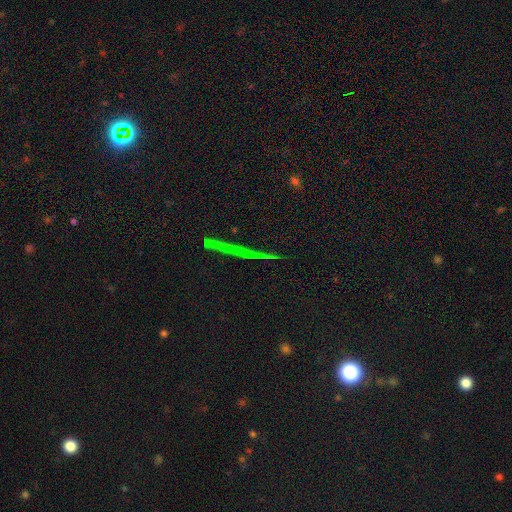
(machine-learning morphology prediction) Smooth or featured?
  - star or artifact: 42% *
  - featured or disk: 35%
  - smooth: 24%